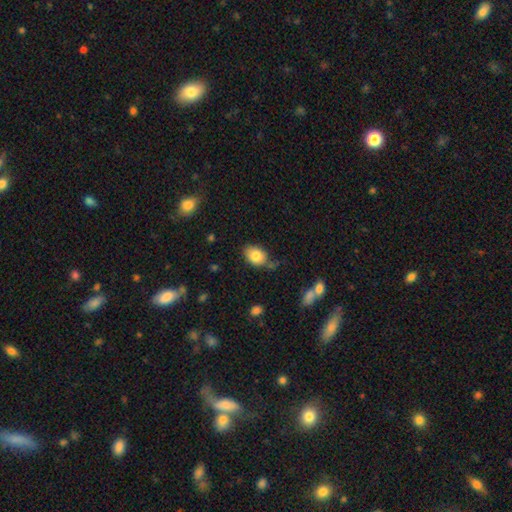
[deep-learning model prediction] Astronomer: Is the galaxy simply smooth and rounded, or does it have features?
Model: smooth — 83%.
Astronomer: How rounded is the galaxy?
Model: in between — 78%.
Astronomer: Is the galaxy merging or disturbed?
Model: none — 68%.